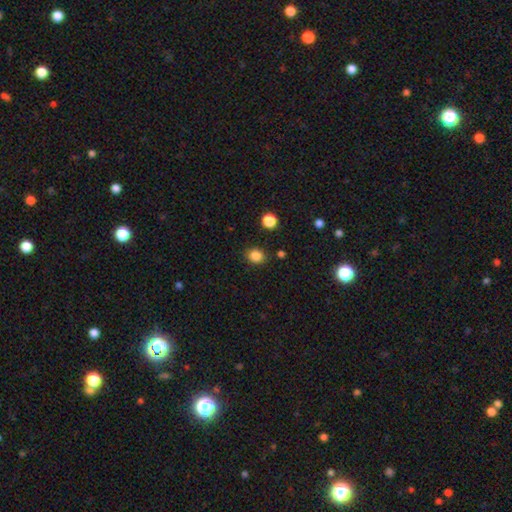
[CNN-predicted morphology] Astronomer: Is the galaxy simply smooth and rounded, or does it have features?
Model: smooth — 84%.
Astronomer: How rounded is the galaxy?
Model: round — 68%.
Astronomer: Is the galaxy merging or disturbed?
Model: none — 86%.